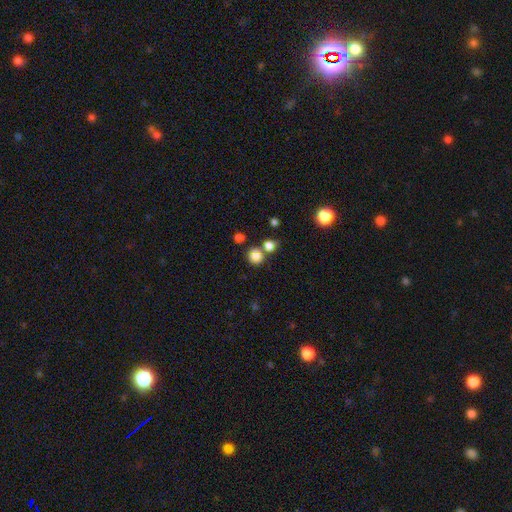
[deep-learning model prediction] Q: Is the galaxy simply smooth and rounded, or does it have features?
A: smooth — 75%.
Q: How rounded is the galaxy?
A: round — 82%.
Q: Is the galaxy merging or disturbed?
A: none — 60%.